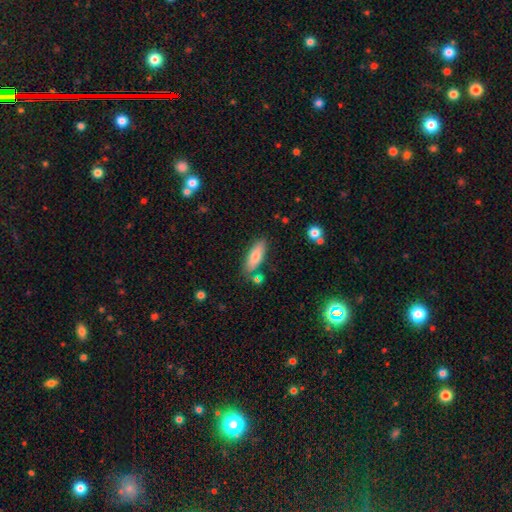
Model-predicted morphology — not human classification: Overall: smooth (75%). How rounded: in between (62%; cigar-shaped 36%). Merging: none (77%).